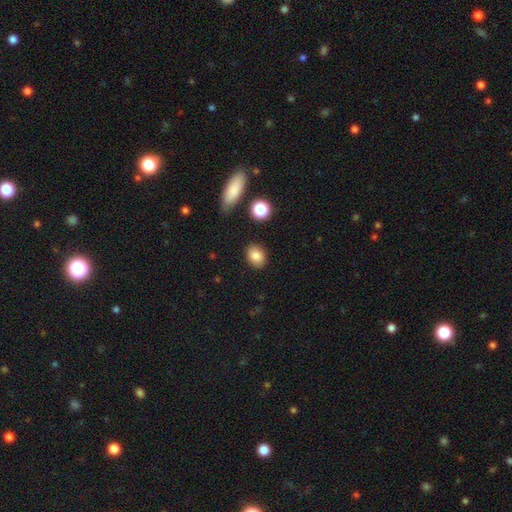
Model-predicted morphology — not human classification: Overall: smooth (84%). How rounded: in between (62%; round 37%). Merging: none (86%).